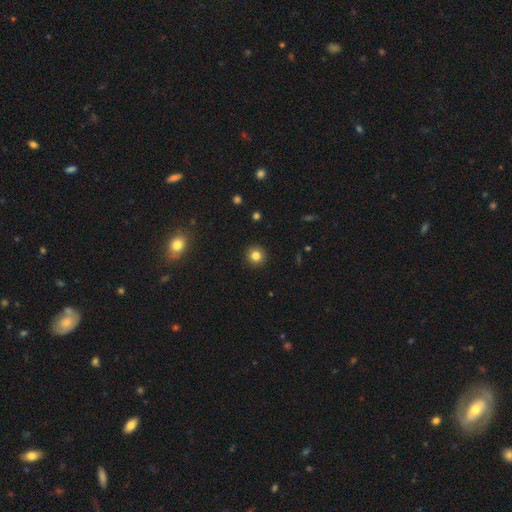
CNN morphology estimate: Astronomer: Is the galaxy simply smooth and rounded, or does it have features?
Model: smooth — 82%.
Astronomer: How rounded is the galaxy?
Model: round — 94%.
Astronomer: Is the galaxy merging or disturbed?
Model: none — 92%.